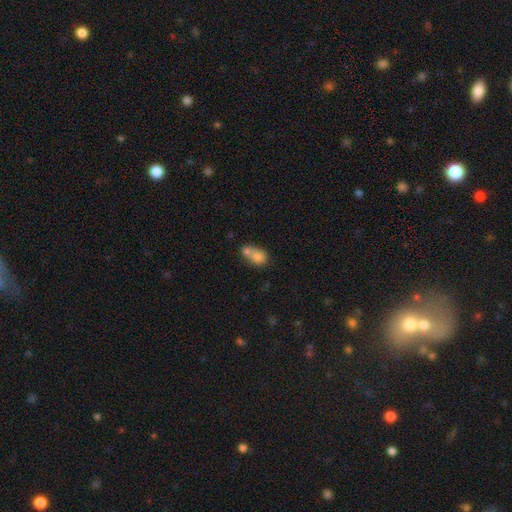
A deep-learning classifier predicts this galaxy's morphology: The model was most divided on "how rounded": in between: 57%, round: 41%, cigar-shaped: 2%. More confident: smooth or featured — smooth (73%); merging — merger (65%).